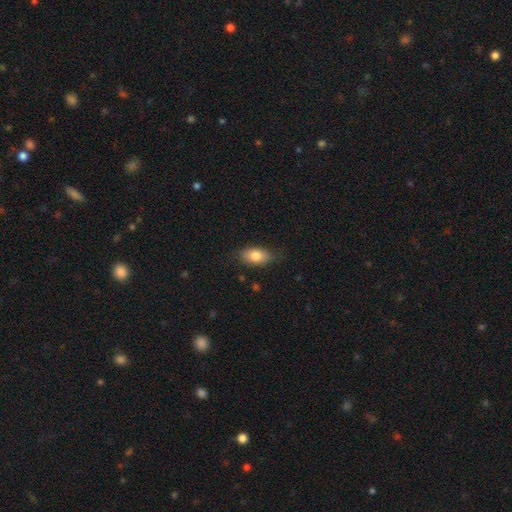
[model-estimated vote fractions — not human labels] Smooth or featured: smooth — 82% (featured or disk — 11%)
How rounded: in between — 89% (round — 7%)
Merging: none — 76% (minor disturbance — 19%)